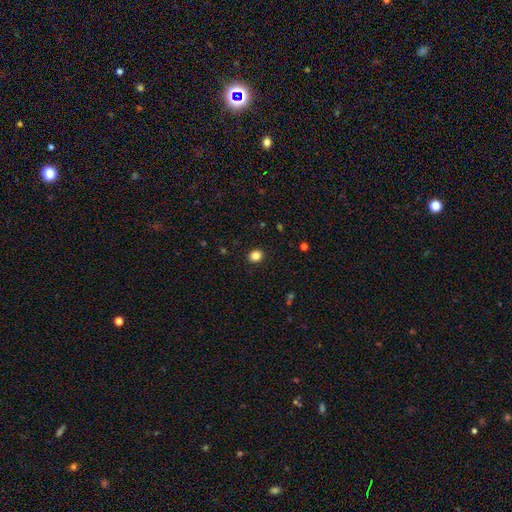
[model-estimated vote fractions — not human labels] This appears to be a smooth galaxy with no disk features (84%) that is round (64%). Merging: none (91%).